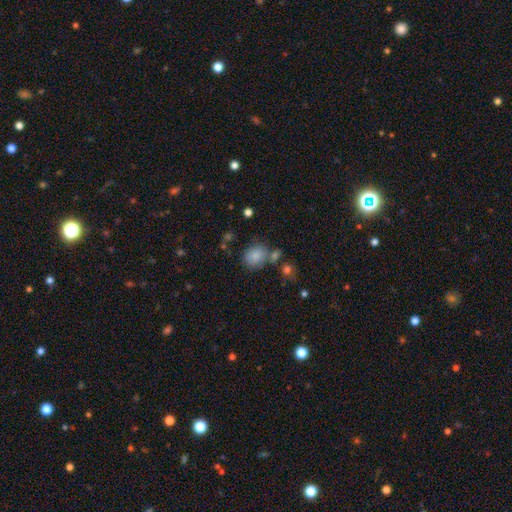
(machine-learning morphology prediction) smooth 83%, star or artifact 10%, featured or disk 7%. Down the decision tree: how rounded — round (55%); merging — none (60%).